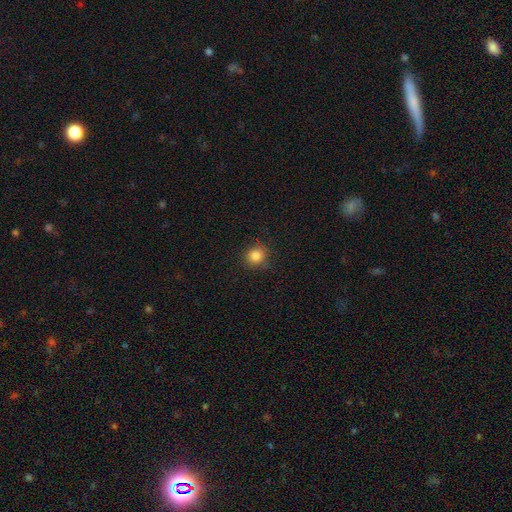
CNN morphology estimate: Smooth or featured? smooth (84%)
How rounded? round (90%)
Merging? none (85%)